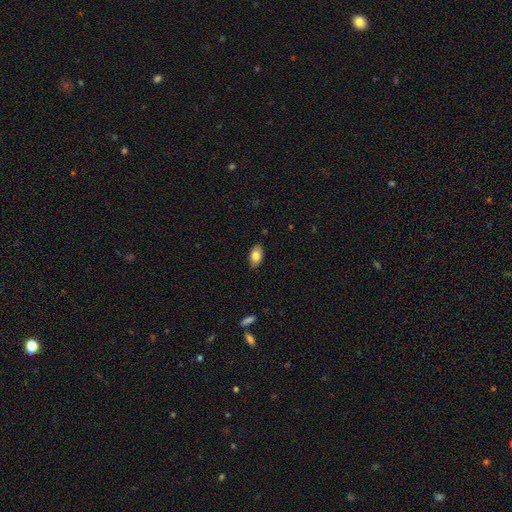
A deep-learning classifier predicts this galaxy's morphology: The model was most divided on "smooth or featured": smooth: 81%, featured or disk: 12%, star or artifact: 7%. More confident: how rounded — in between (93%); merging — none (86%).